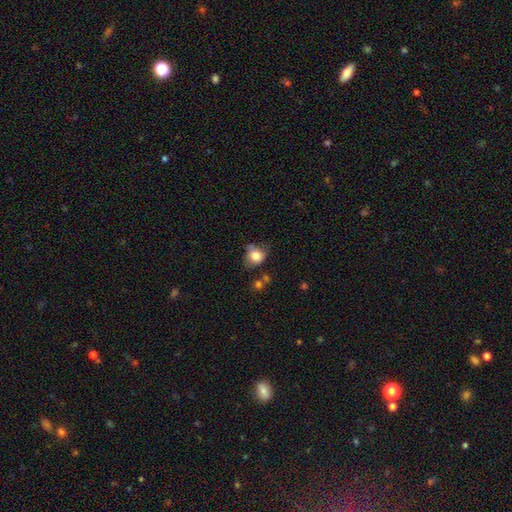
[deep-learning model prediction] Smooth or featured? Predicted: smooth (p=0.78). How rounded? Predicted: round (p=0.61). Merging? Predicted: none (p=0.49).